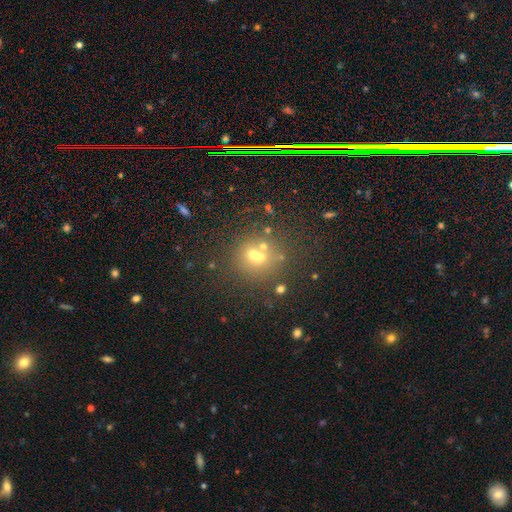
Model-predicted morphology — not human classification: smooth 52%, featured or disk 24%, star or artifact 24%. Down the decision tree: how rounded — round (79%); merging — none (46%).